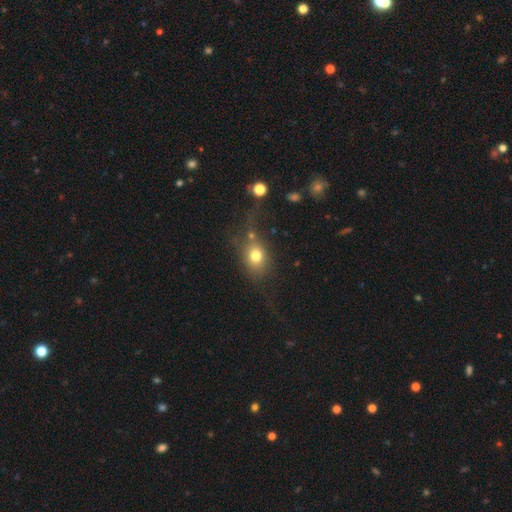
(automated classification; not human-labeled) Morphology: type=smooth (75%); roundness=in between (51%); merging=none (51%).